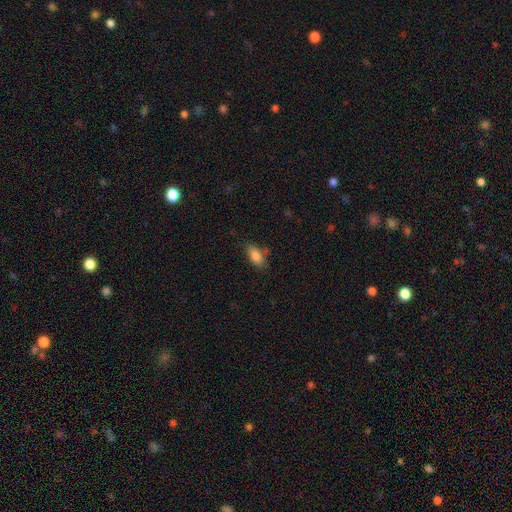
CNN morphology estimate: smooth-or-featured: smooth: 85% | star or artifact: 8% | featured or disk: 7%
  how-rounded: in between: 90% | cigar-shaped: 6% | round: 4%
  merging: none: 74% | minor disturbance: 17% | merger: 5% | major disturbance: 4%